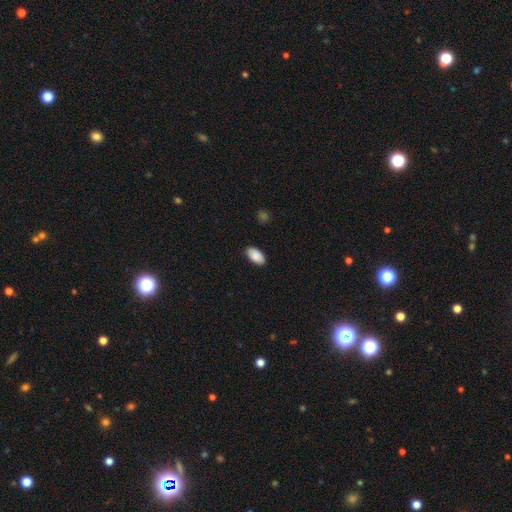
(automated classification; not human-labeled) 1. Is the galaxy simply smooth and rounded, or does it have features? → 89% smooth, 6% star or artifact, 4% featured or disk.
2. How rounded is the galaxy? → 95% in between, 3% round, 2% cigar-shaped.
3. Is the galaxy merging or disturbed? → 87% none, 9% minor disturbance, 2% major disturbance, 1% merger.